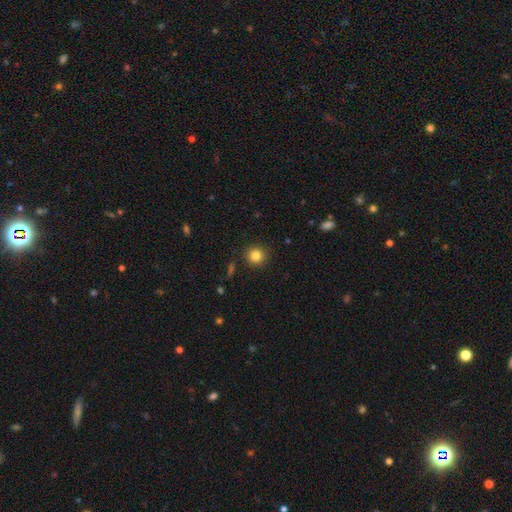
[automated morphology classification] Smooth or featured: smooth — 82% (star or artifact — 12%)
How rounded: round — 93% (in between — 6%)
Merging: none — 91% (minor disturbance — 6%)